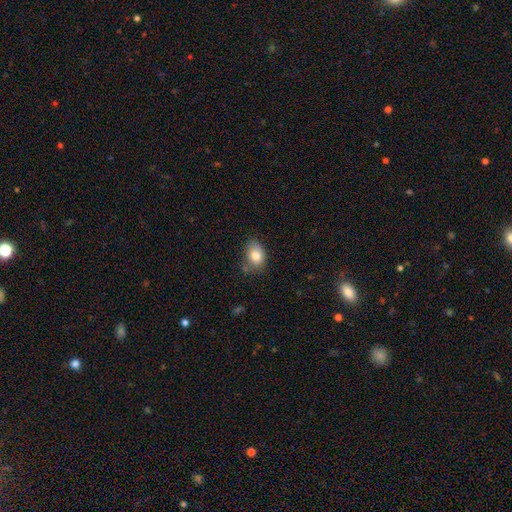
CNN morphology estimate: smooth 82%, featured or disk 10%, star or artifact 8%. Down the decision tree: how rounded — in between (76%); merging — none (59%).